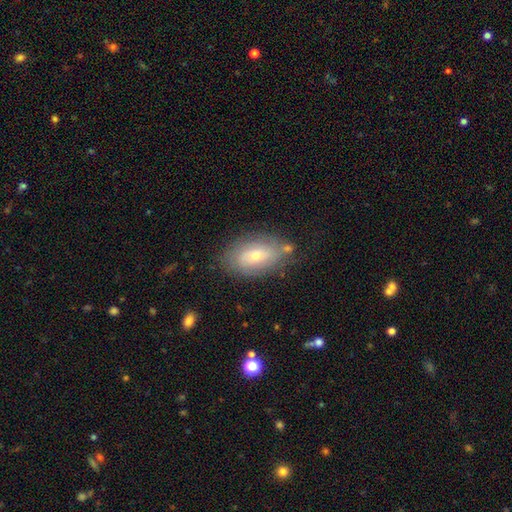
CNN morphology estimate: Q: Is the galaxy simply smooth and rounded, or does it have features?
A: smooth — 53%.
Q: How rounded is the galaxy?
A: in between — 89%.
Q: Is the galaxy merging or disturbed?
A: none — 72%.